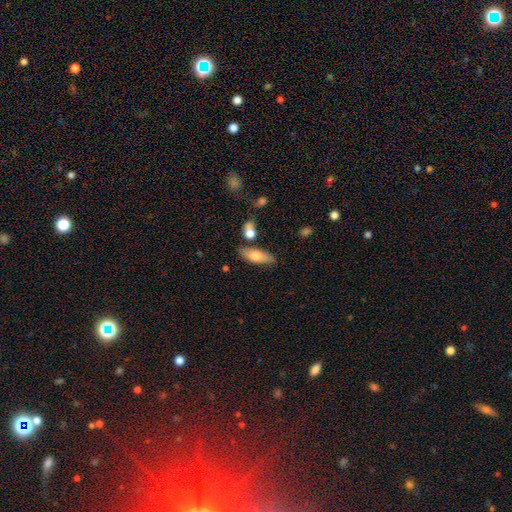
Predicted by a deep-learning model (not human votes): smooth-or-featured: smooth: 71% | featured or disk: 22% | star or artifact: 6%
  how-rounded: in between: 71% | cigar-shaped: 26% | round: 3%
  merging: none: 75% | minor disturbance: 13% | merger: 9% | major disturbance: 3%